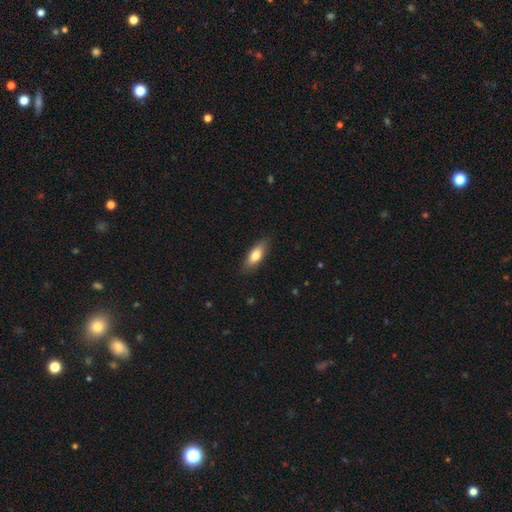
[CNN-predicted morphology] type=smooth (75%); roundness=in between (69%); merging=none (86%).